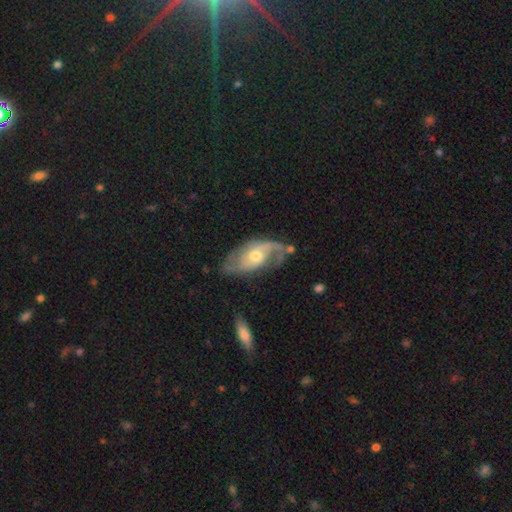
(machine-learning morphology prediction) This is likely a featured or disk galaxy (79%). It is clearly not viewed edge-on (94%). Bar: likely no (61%). Spiral arm pattern: clearly yes (90%). Spiral arm count: likely 2 (65%). Spiral winding: marginally medium (43%). Central bulge: likely moderate (61%). Merging: possibly none (56%).